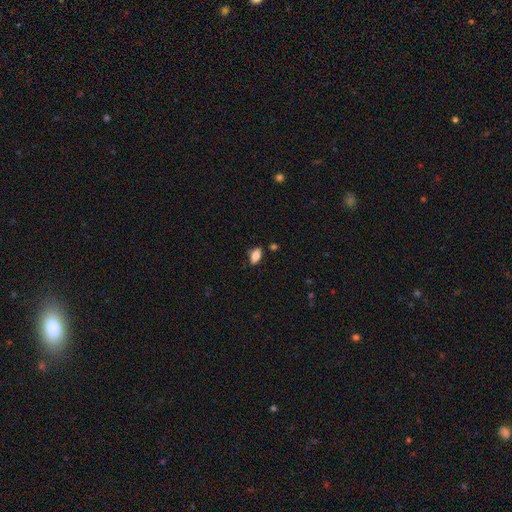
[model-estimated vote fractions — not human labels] A smooth galaxy with no disk features (83%) that is in between round and cigar-shaped (89%). Merging: none (81%).